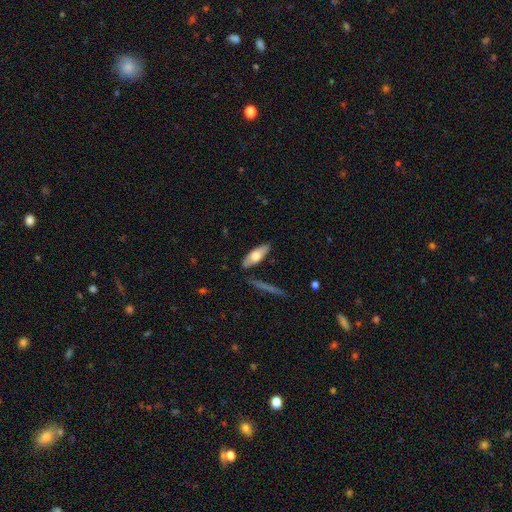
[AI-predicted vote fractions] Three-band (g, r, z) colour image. It shows a smooth galaxy with no disk features (66%) that is in between round and cigar-shaped (66%). Merging: none (79%).